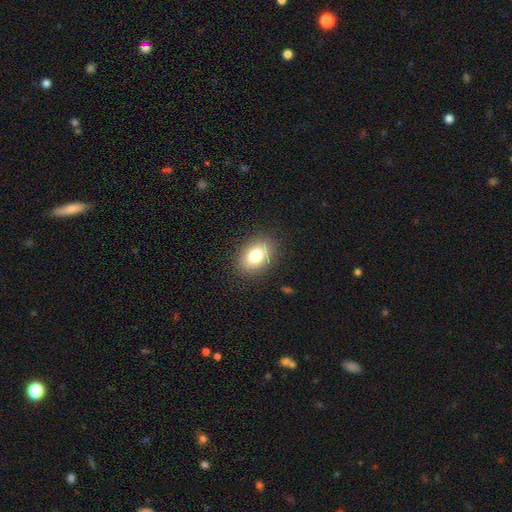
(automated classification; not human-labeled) Smooth or featured: smooth — 79% (featured or disk — 12%)
How rounded: in between — 80% (round — 19%)
Merging: none — 87% (minor disturbance — 9%)